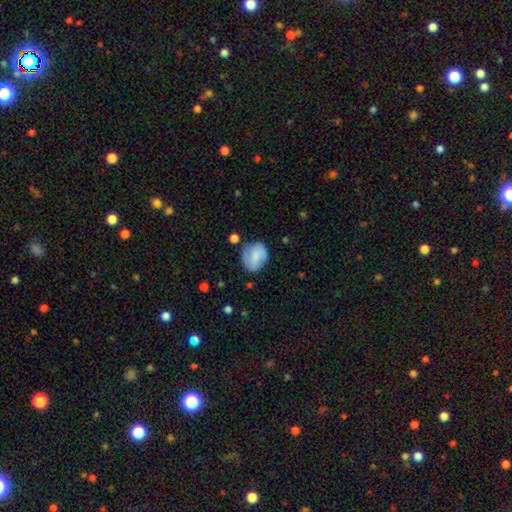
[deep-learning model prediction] This appears to be a smooth galaxy with no disk features (63%) that is round (57%). Merging: none (66%).